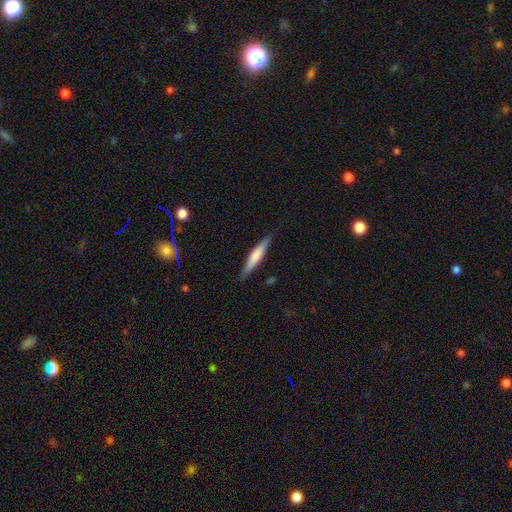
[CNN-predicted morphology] Overall: smooth (64%; featured or disk 31%). How rounded: cigar-shaped (89%). Merging: none (86%).